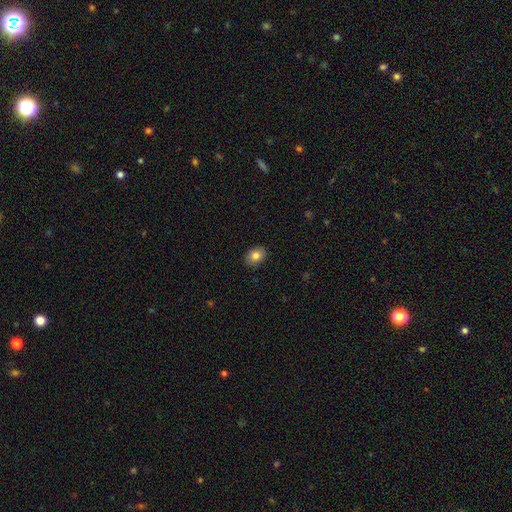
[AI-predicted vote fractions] Morphology: type=smooth (83%); roundness=in between (65%); merging=none (89%).